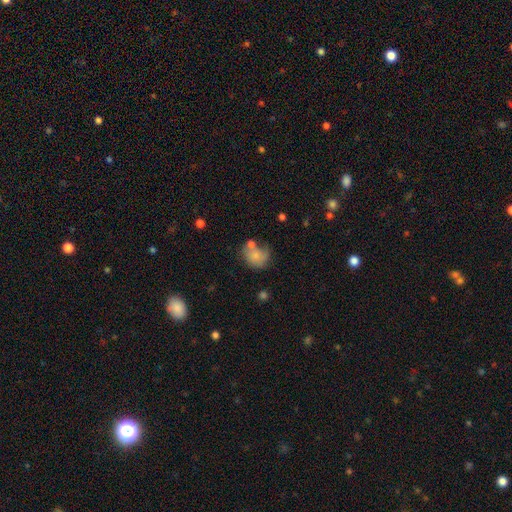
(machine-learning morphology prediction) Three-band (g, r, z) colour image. It shows a smooth galaxy with no disk features (70%) that is round (63%). Merging: none (39%).